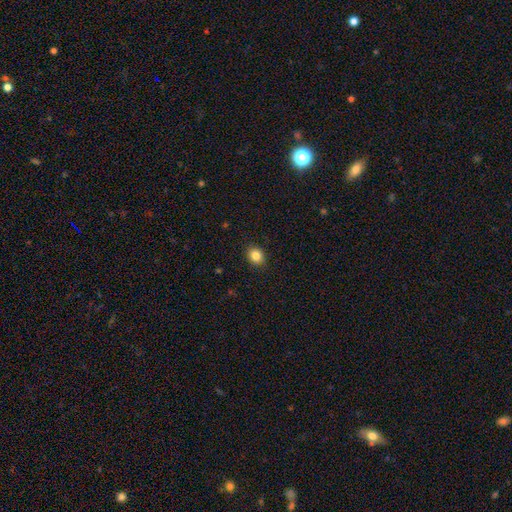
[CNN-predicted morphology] Overall: smooth (84%). How rounded: round (63%; in between 36%). Merging: none (90%).